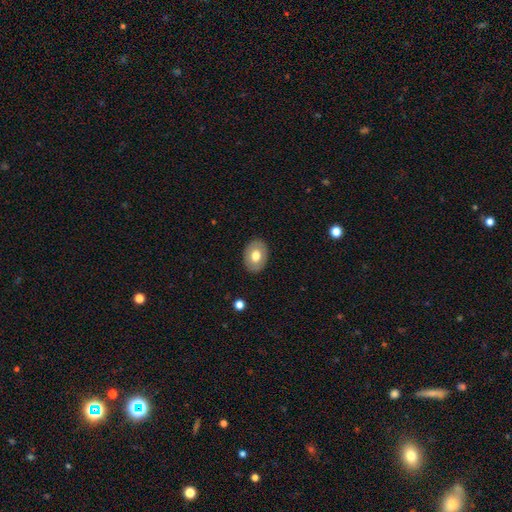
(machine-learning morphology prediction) This appears to be a smooth galaxy with no disk features (70%) that is in between round and cigar-shaped (75%). Merging: none (88%).